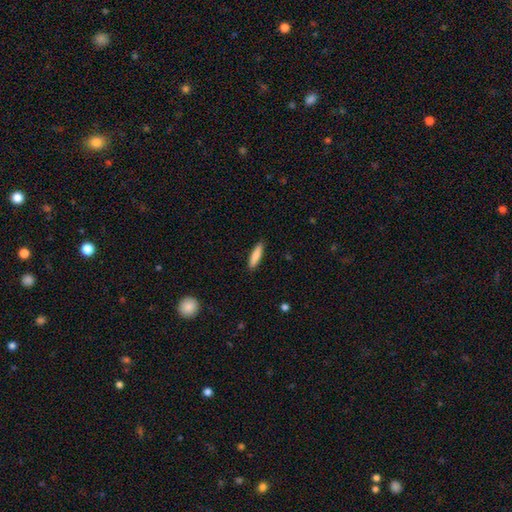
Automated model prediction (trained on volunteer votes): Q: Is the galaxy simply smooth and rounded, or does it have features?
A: smooth — 85%.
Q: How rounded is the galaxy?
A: cigar-shaped — 77%.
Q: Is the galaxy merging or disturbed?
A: none — 89%.